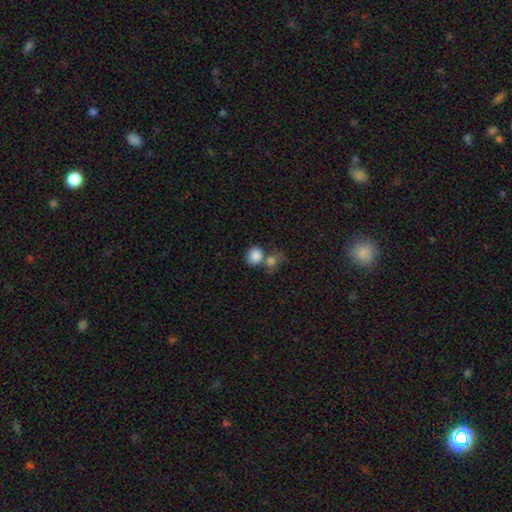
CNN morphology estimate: The model was most divided on "merging": merger: 43%, none: 41%, minor disturbance: 11%, major disturbance: 5%. More confident: smooth or featured — smooth (84%); how rounded — round (65%).